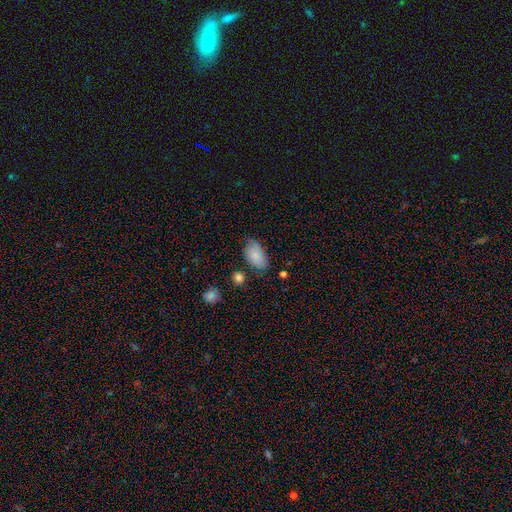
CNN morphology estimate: This is clearly a smooth galaxy (83%). How rounded: clearly in between (94%). Merging: likely none (67%).